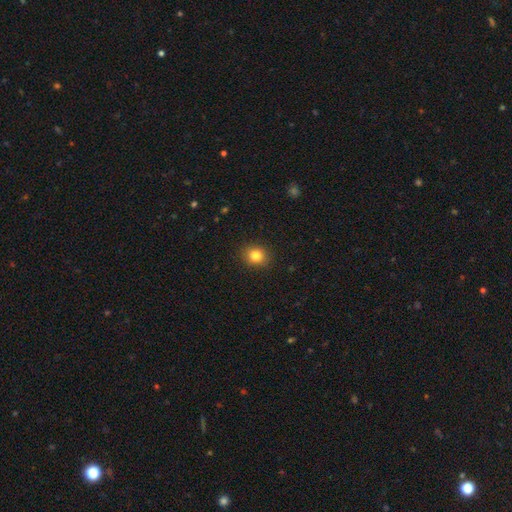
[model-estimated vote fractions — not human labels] smooth_or_featured: smooth (p=0.83) [alt: star or artifact p=0.11]
how_rounded: round (p=0.72) [alt: in between p=0.27]
merging: none (p=0.89) [alt: minor disturbance p=0.08]